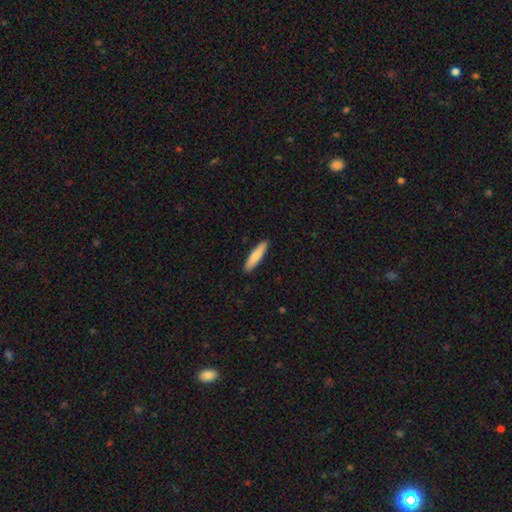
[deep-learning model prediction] Smooth or featured?
  - smooth: 81% *
  - featured or disk: 13%
  - star or artifact: 5%
How rounded?
  - cigar-shaped: 81% *
  - in between: 18%
  - round: 1%
Merging?
  - none: 91% *
  - minor disturbance: 7%
  - major disturbance: 1%
  - merger: 1%